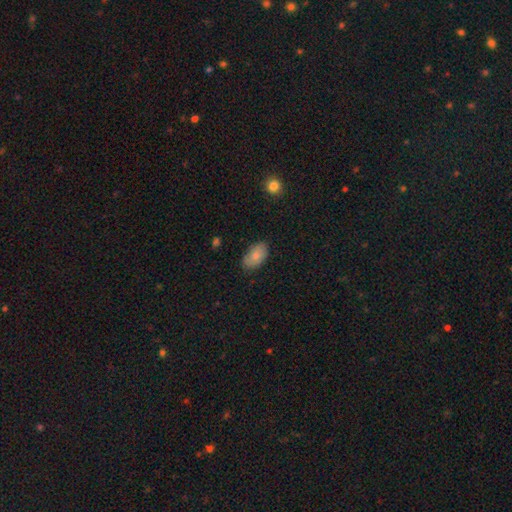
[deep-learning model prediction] Smooth or featured?
  - smooth: 78% *
  - featured or disk: 15%
  - star or artifact: 7%
How rounded?
  - in between: 92% *
  - round: 6%
  - cigar-shaped: 2%
Merging?
  - none: 79% *
  - minor disturbance: 17%
  - major disturbance: 3%
  - merger: 1%